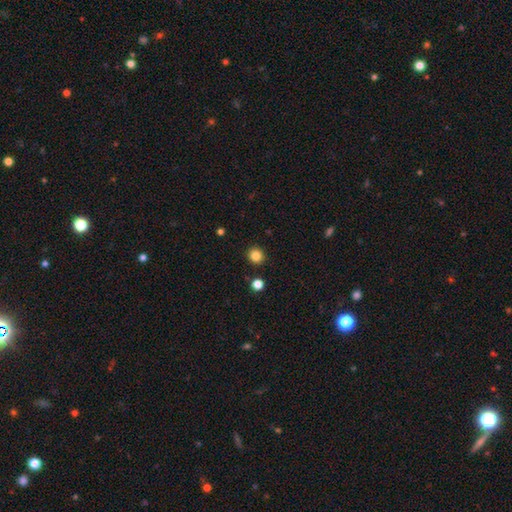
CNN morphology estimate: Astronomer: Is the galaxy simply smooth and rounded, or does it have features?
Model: smooth — 85%.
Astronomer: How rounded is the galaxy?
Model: round — 91%.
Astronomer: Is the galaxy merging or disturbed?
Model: none — 91%.